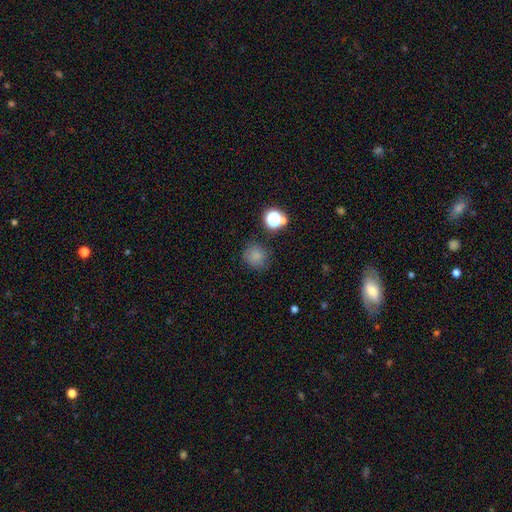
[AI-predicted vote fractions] Smooth or featured?
  - smooth: 78% *
  - star or artifact: 16%
  - featured or disk: 6%
How rounded?
  - round: 87% *
  - in between: 12%
  - cigar-shaped: 1%
Merging?
  - none: 80% *
  - minor disturbance: 12%
  - merger: 4%
  - major disturbance: 4%